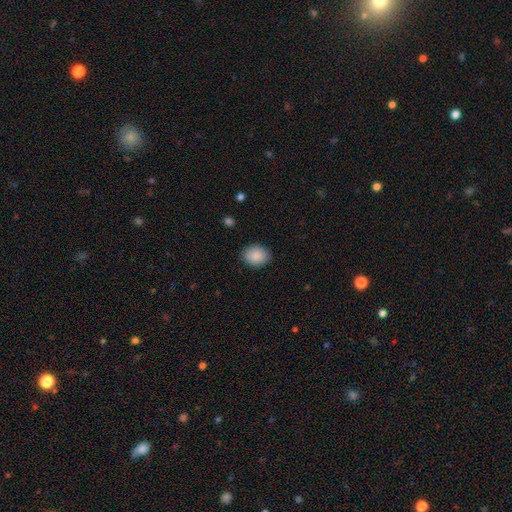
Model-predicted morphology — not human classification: Overall: smooth (89%). How rounded: in between (57%; round 42%). Merging: none (87%).